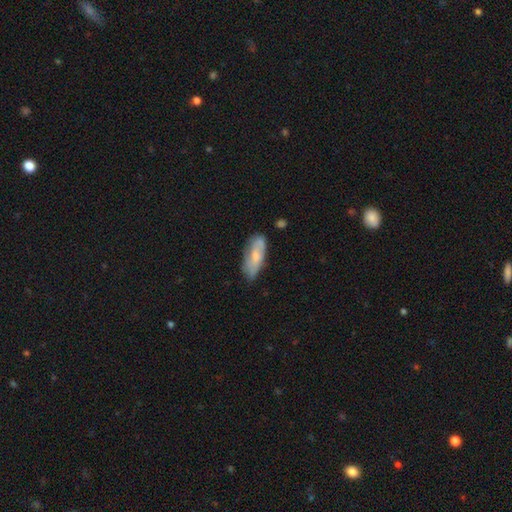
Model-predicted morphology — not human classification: This is possibly a smooth galaxy (60%). How rounded: likely in between (72%). Merging: likely none (62%).